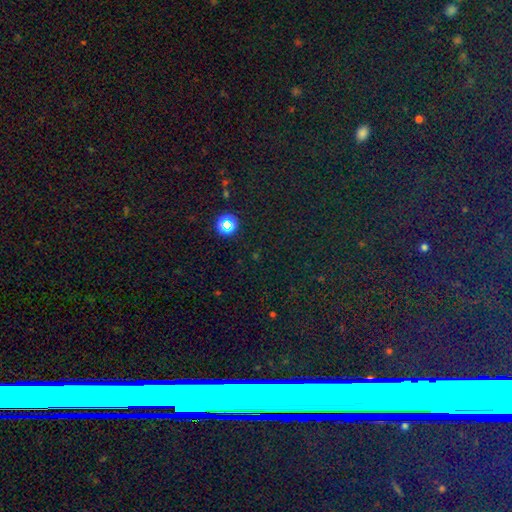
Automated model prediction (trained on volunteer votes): smooth-or-featured: star or artifact: 78% | featured or disk: 11% | smooth: 11%